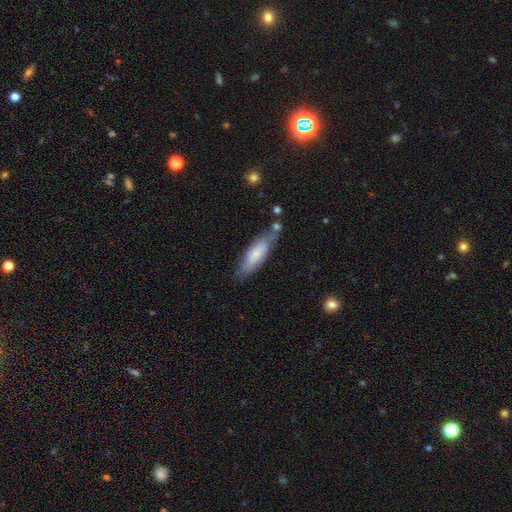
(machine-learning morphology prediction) This is likely a smooth galaxy (63%). How rounded: possibly cigar-shaped (58%). Merging: likely none (71%).